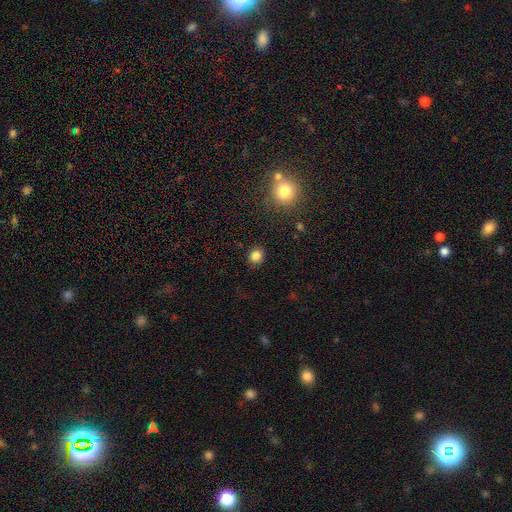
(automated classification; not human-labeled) smooth 83%, star or artifact 12%, featured or disk 5%. Down the decision tree: how rounded — round (75%); merging — none (89%).